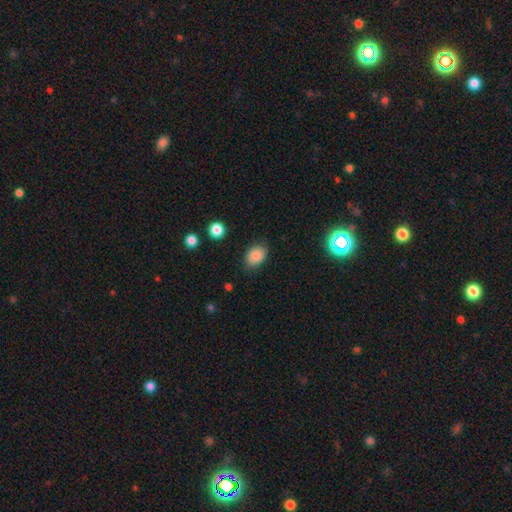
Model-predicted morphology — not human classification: smooth-or-featured: smooth: 85% | star or artifact: 9% | featured or disk: 6%
  how-rounded: in between: 73% | round: 26% | cigar-shaped: 1%
  merging: none: 80% | minor disturbance: 15% | major disturbance: 3% | merger: 1%